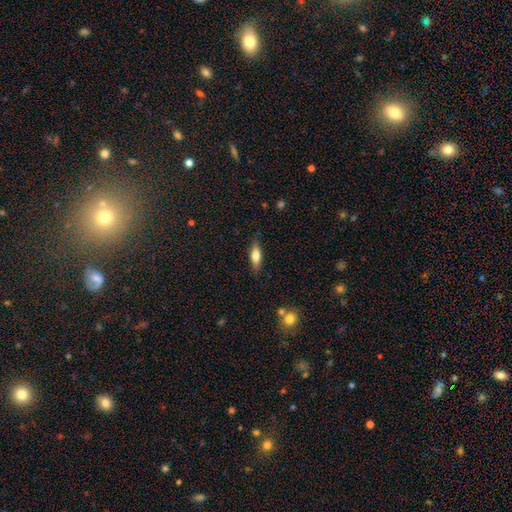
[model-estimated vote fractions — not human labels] smooth-or-featured: smooth: 66% | featured or disk: 27% | star or artifact: 7%
  how-rounded: in between: 52% | cigar-shaped: 46% | round: 3%
  merging: none: 82% | minor disturbance: 13% | major disturbance: 3% | merger: 2%